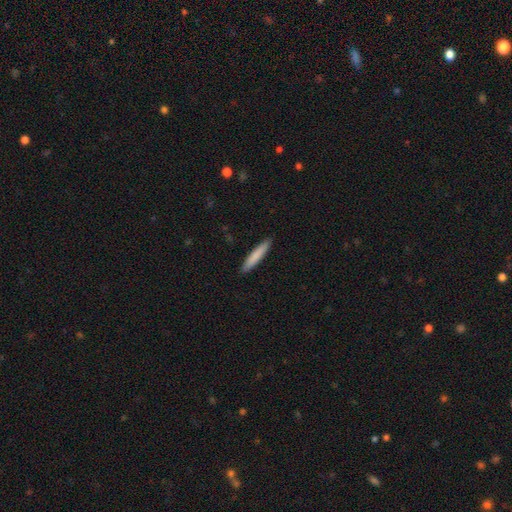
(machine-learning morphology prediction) smooth_or_featured: smooth (p=0.82) [alt: featured or disk p=0.13]
how_rounded: cigar-shaped (p=0.92) [alt: in between p=0.07]
merging: none (p=0.91) [alt: minor disturbance p=0.06]